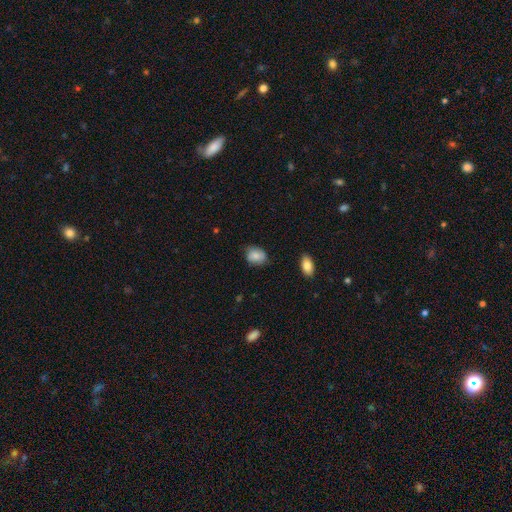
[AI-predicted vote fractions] This is likely a smooth galaxy (76%). How rounded: possibly in between (59%). Merging: likely none (70%).